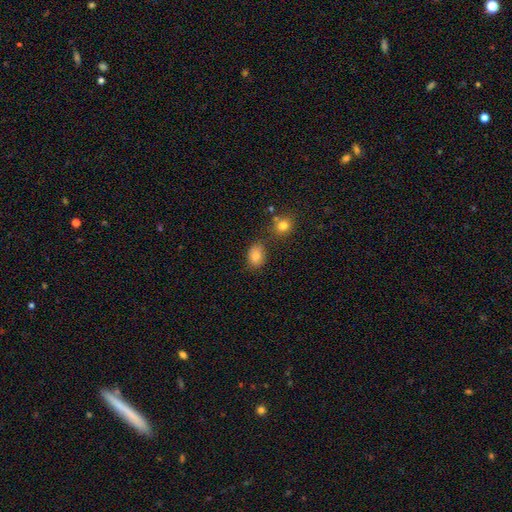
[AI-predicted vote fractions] The model was most divided on "how rounded": in between: 72%, round: 27%, cigar-shaped: 1%. More confident: smooth or featured — smooth (83%); merging — none (74%).